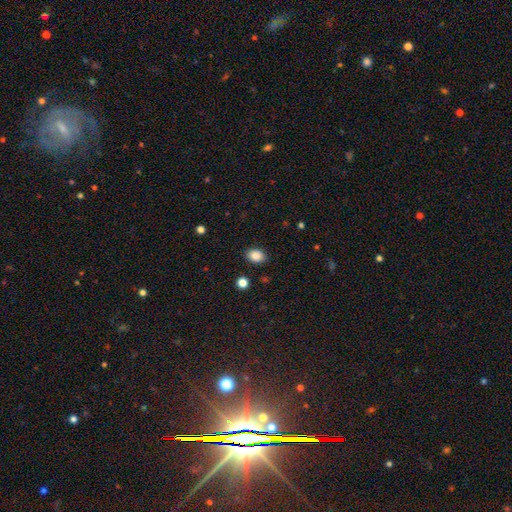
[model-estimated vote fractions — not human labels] smooth 87%, star or artifact 9%, featured or disk 4%. Down the decision tree: how rounded — in between (70%); merging — none (88%).